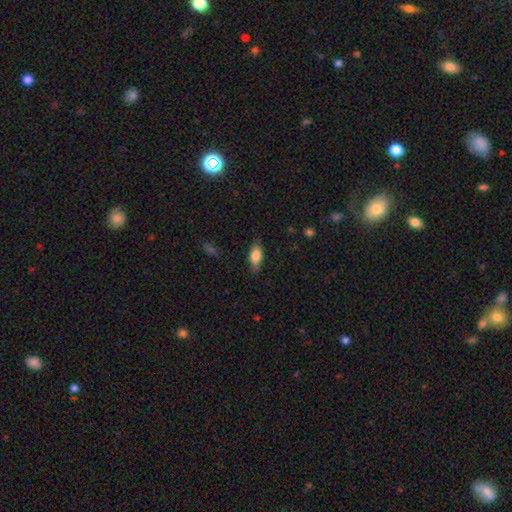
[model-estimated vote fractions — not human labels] smooth_or_featured: smooth (p=0.76) [alt: featured or disk p=0.17]
how_rounded: in between (p=0.82) [alt: cigar-shaped p=0.15]
merging: none (p=0.79) [alt: minor disturbance p=0.16]